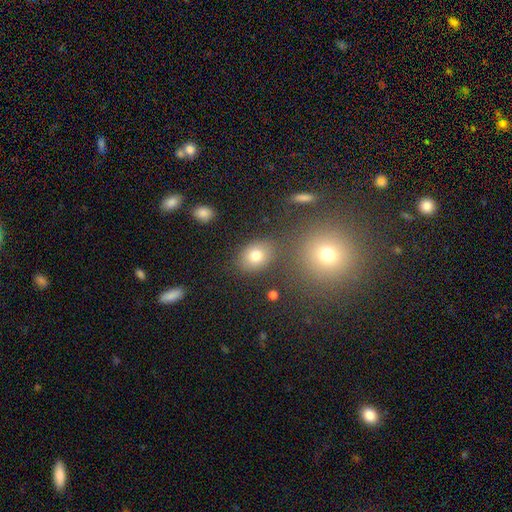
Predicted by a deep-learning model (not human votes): Smooth or featured? Predicted: smooth (p=0.77). How rounded? Predicted: in between (p=0.63). Merging? Predicted: none (p=0.77).